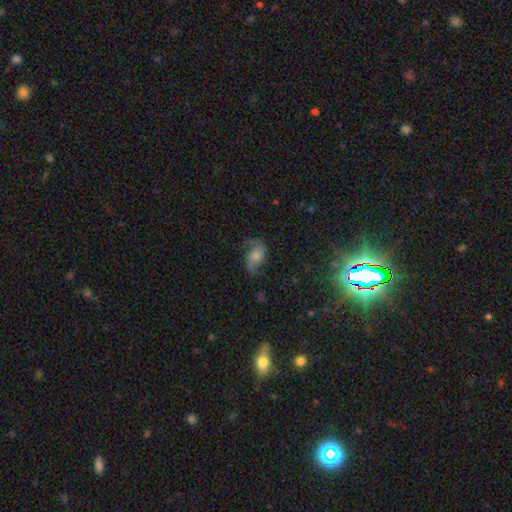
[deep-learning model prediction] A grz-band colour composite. It shows a featured or disk galaxy (59%) with no bar (67%), 2 (85%) loose (67%) spiral arms (89%) and a moderate central bulge (35%). Merging: none (54%).